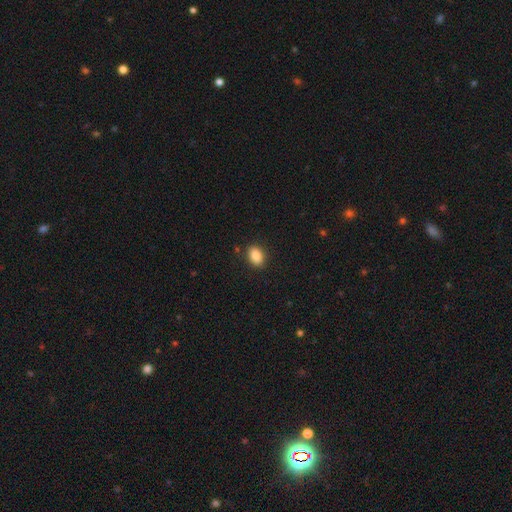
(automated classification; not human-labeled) smooth 88%, star or artifact 8%, featured or disk 4%. Down the decision tree: how rounded — in between (80%); merging — none (88%).